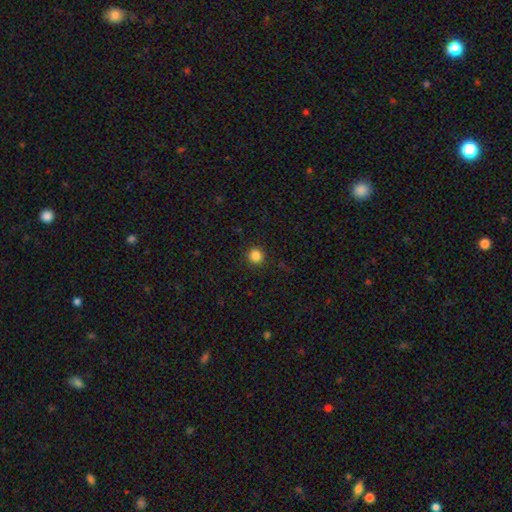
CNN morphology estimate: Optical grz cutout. It shows a smooth galaxy with no disk features (85%) that is round (94%). Merging: none (92%).